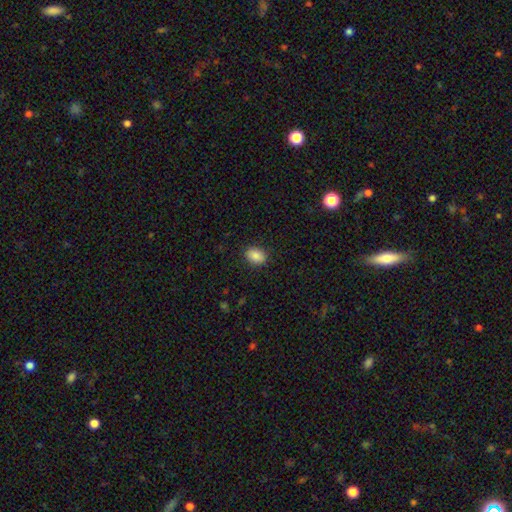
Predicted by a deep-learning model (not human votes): Smooth or featured? smooth (87%)
How rounded? in between (72%)
Merging? none (88%)